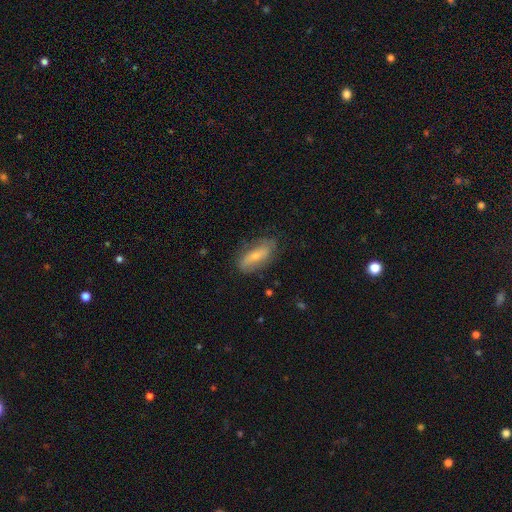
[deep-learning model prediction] A smooth galaxy with no disk features (56%) that is in between round and cigar-shaped (71%). Merging: none (75%).